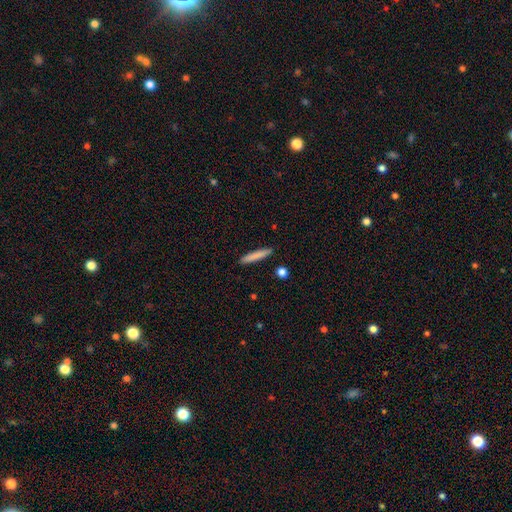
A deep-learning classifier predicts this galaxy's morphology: This appears to be a smooth galaxy with no disk features (81%) that is cigar-shaped (93%). Merging: none (90%).